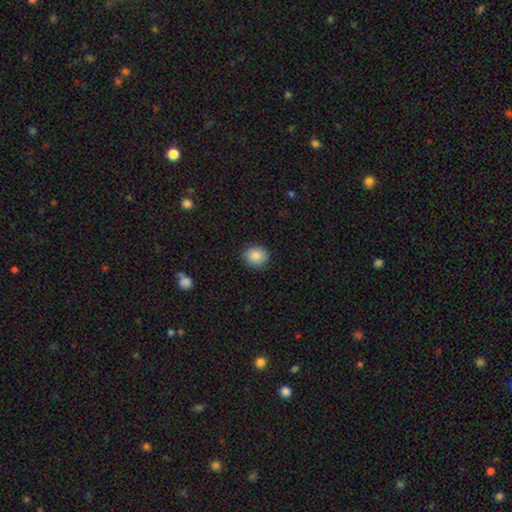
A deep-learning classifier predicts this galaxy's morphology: The model was most divided on "how rounded": round: 74%, in between: 25%, cigar-shaped: 1%. More confident: smooth or featured — smooth (88%); merging — none (87%).